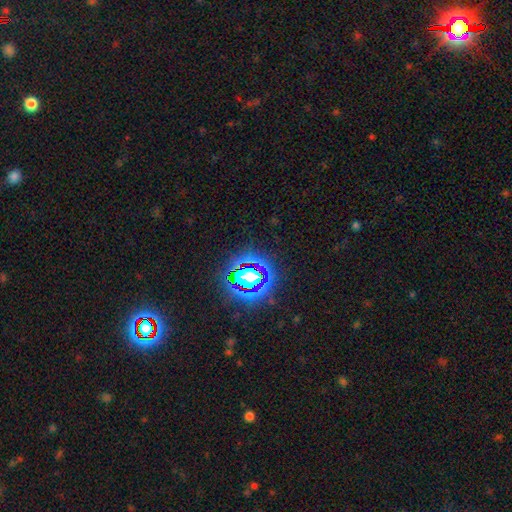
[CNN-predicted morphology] Smooth or featured?
  - star or artifact: 81% *
  - smooth: 12%
  - featured or disk: 8%